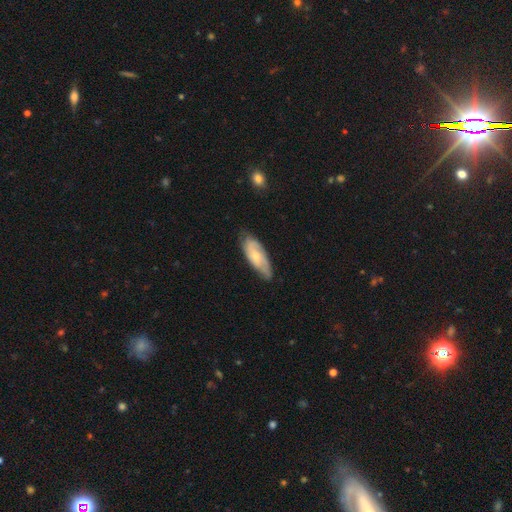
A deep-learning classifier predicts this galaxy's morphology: smooth_or_featured: featured or disk (p=0.50) [alt: smooth p=0.44]
disk_edge_on: no (p=0.85) [alt: yes p=0.15]
merging: none (p=0.67) [alt: minor disturbance p=0.27]